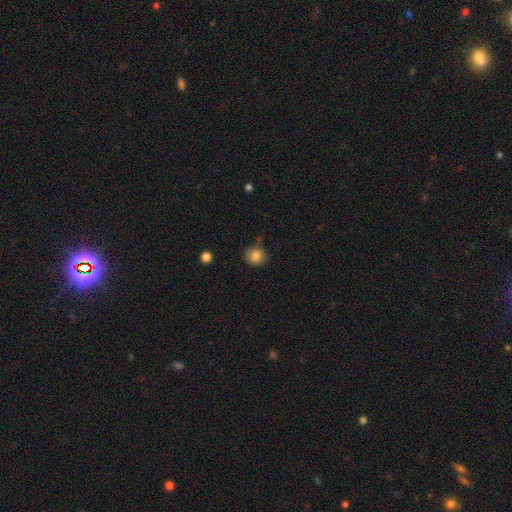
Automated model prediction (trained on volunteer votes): The model was most divided on "merging": none: 79%, minor disturbance: 14%, merger: 3%, major disturbance: 3%. More confident: how rounded — round (87%); smooth or featured — smooth (84%).